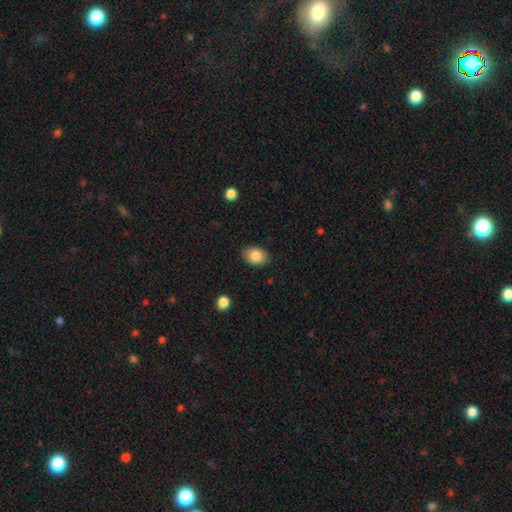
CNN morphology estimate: This appears to be a smooth galaxy with no disk features (84%) that is in between round and cigar-shaped (80%). Merging: none (87%).